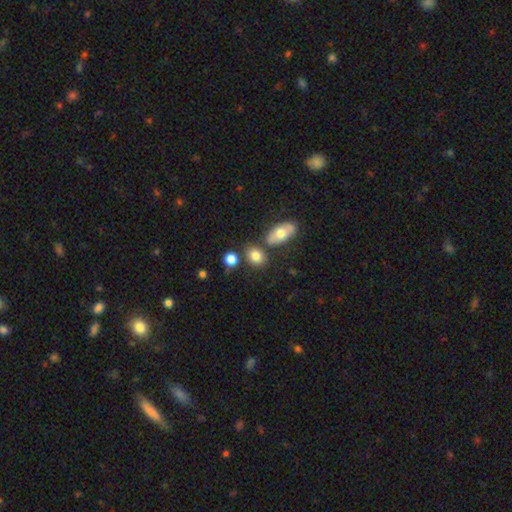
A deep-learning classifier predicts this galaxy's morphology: This is clearly a smooth galaxy (82%). How rounded: possibly in between (54%). Merging: likely none (69%).